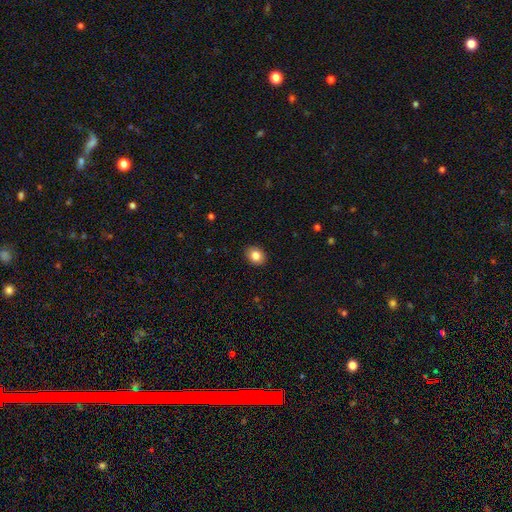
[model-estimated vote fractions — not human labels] Smooth or featured: smooth — 84% (star or artifact — 9%)
How rounded: round — 51% (in between — 48%)
Merging: none — 91% (minor disturbance — 7%)